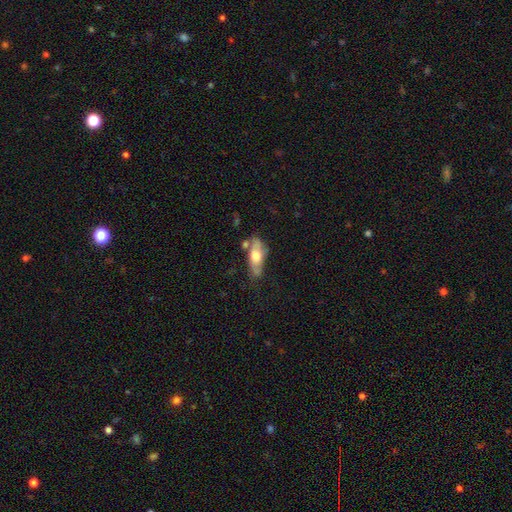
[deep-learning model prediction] Q: Smooth or featured?
A: smooth (54%); runner-up: featured or disk (40%)
Q: How rounded?
A: in between (72%); runner-up: cigar-shaped (25%)
Q: Merging?
A: none (54%); runner-up: minor disturbance (25%)